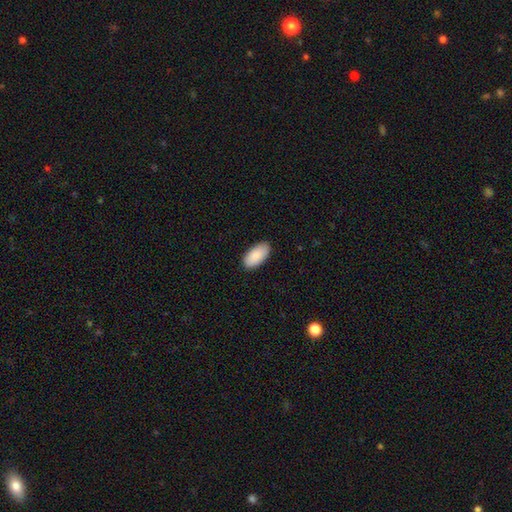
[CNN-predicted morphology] Smooth or featured? Predicted: smooth (p=0.89). How rounded? Predicted: in between (p=0.96). Merging? Predicted: none (p=0.88).